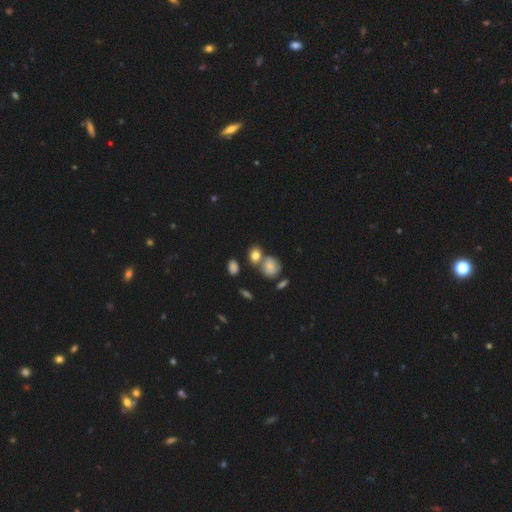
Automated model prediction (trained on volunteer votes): This is likely a smooth galaxy (78%). How rounded: possibly in between (51%). Merging: possibly none (56%).